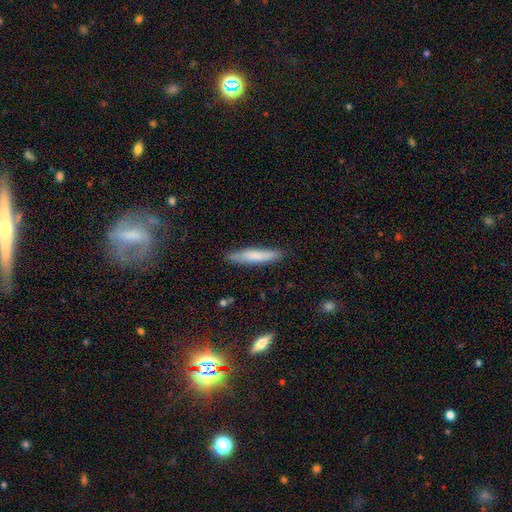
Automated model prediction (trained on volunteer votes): Smooth or featured?
  - smooth: 74% *
  - featured or disk: 19%
  - star or artifact: 6%
How rounded?
  - cigar-shaped: 88% *
  - in between: 10%
  - round: 1%
Merging?
  - none: 83% *
  - minor disturbance: 13%
  - major disturbance: 2%
  - merger: 2%